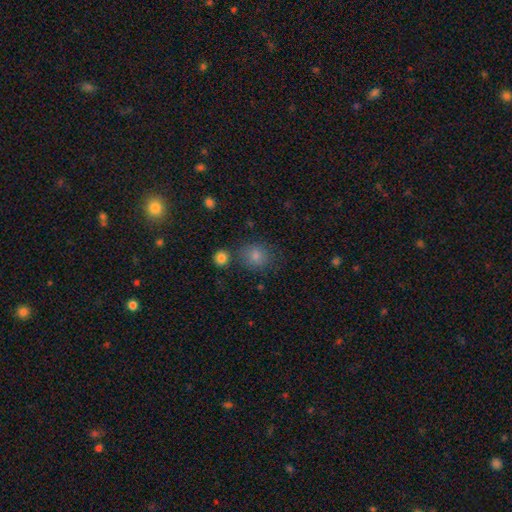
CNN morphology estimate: Q: Smooth or featured?
A: smooth (77%); runner-up: star or artifact (16%)
Q: How rounded?
A: round (75%); runner-up: in between (24%)
Q: Merging?
A: none (76%); runner-up: minor disturbance (12%)